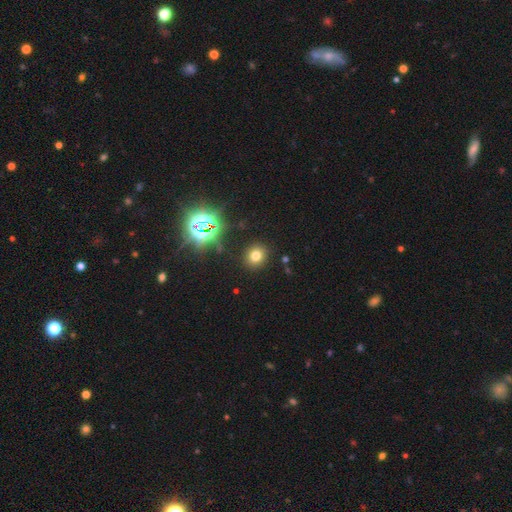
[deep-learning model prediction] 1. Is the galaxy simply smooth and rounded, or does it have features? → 70% smooth, 22% star or artifact, 8% featured or disk.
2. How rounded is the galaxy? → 77% round, 22% in between, 1% cigar-shaped.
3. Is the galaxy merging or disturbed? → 89% none, 6% minor disturbance, 2% major disturbance, 2% merger.